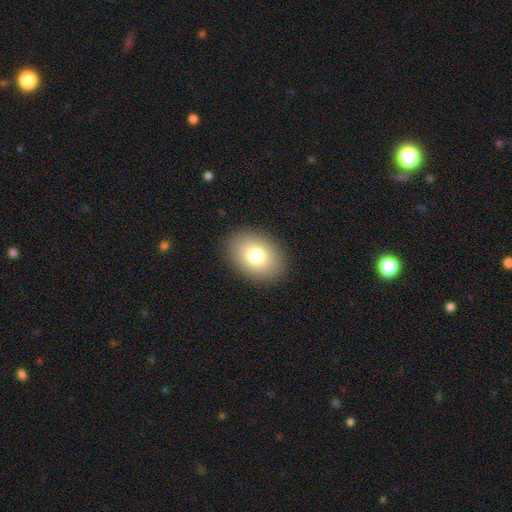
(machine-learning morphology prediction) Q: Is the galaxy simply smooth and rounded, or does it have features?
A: smooth — 78%.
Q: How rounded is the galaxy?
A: in between — 72%.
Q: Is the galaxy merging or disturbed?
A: none — 89%.